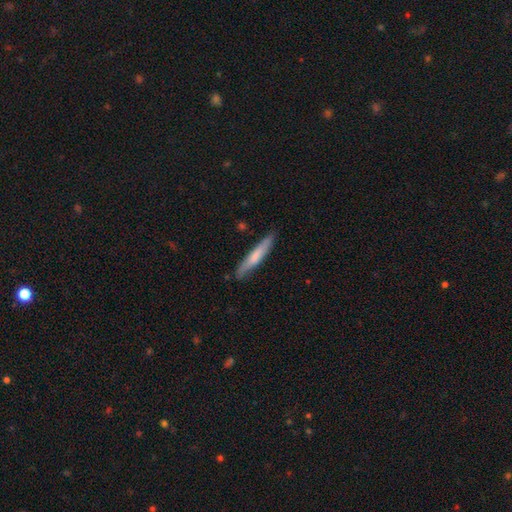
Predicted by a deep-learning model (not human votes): Smooth or featured? Predicted: smooth (p=0.65). How rounded? Predicted: cigar-shaped (p=0.93). Merging? Predicted: none (p=0.84).